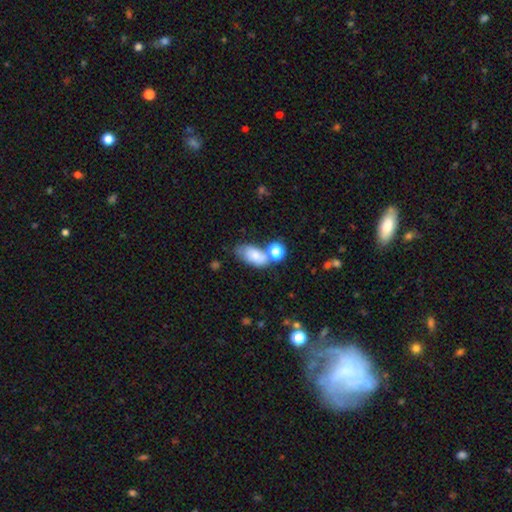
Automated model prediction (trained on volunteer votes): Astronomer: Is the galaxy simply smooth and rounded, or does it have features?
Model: smooth — 72%.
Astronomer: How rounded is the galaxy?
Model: in between — 88%.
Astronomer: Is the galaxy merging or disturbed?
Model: none — 43% (runner-up: merger, 29%).